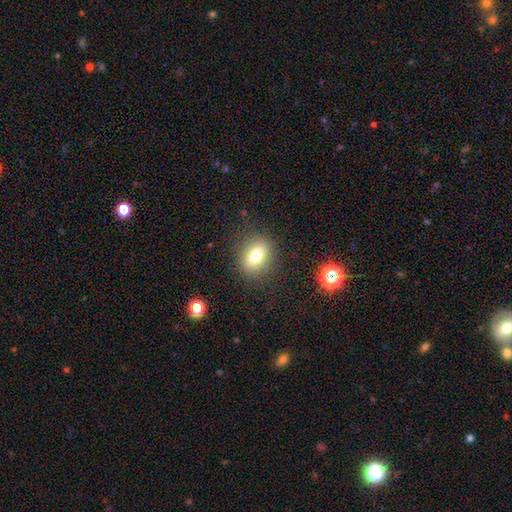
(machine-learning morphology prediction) This is likely a smooth galaxy (75%). How rounded: likely in between (63%). Merging: clearly none (86%).